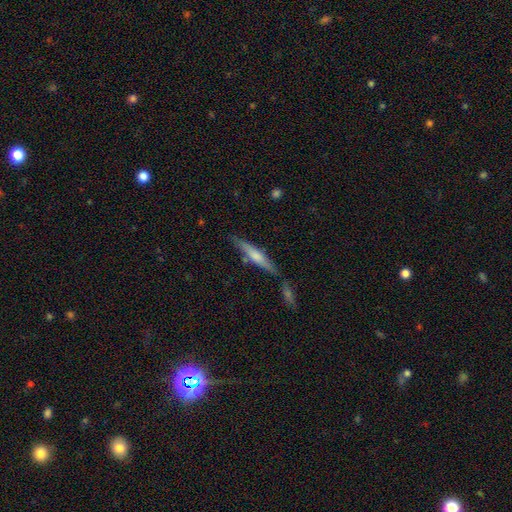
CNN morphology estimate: Smooth or featured? Predicted: smooth (p=0.50). Merging? Predicted: none (p=0.73).